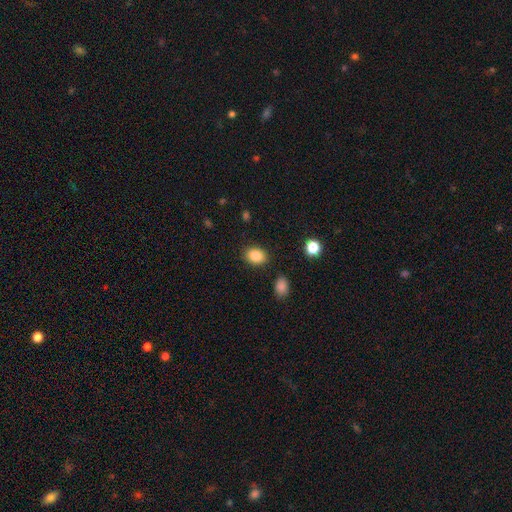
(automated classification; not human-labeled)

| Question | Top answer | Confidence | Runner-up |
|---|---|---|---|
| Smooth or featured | smooth | 85% | star or artifact (9%) |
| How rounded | in between | 67% | round (32%) |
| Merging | none | 86% | minor disturbance (9%) |